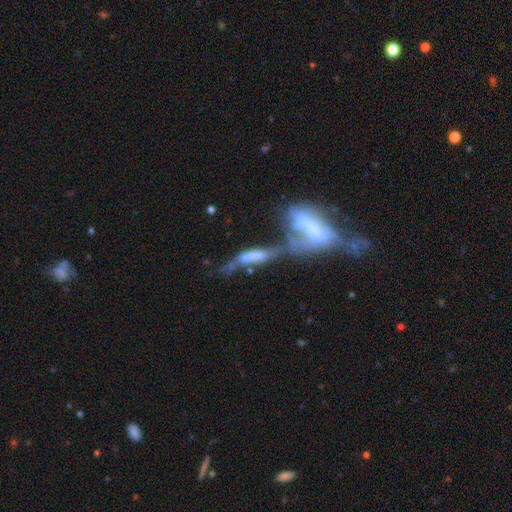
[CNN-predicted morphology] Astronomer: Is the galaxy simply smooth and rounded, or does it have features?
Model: featured or disk — 63%.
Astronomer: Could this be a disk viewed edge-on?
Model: no — 70%.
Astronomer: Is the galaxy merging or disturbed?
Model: merger — 67%.